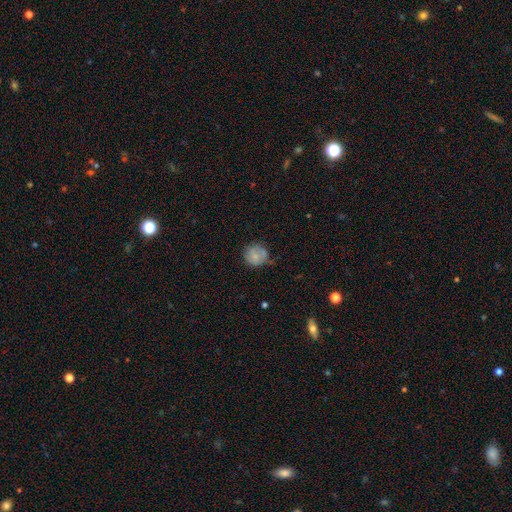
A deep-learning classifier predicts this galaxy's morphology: type=smooth (66%); roundness=round (85%); merging=none (62%).